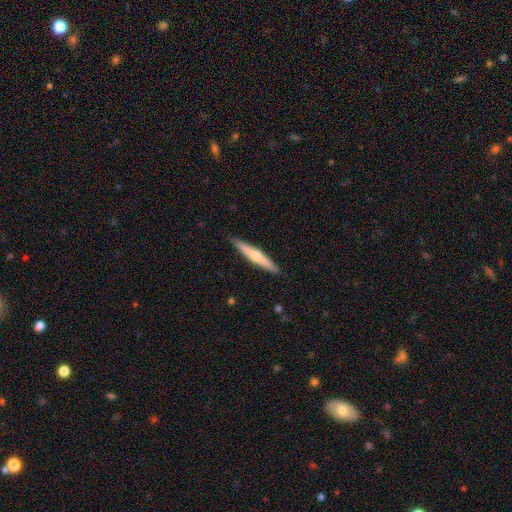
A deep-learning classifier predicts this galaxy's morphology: featured or disk 52%, smooth 42%, star or artifact 6%. Down the decision tree: edge-on disk — yes (95%); merging — none (91%).